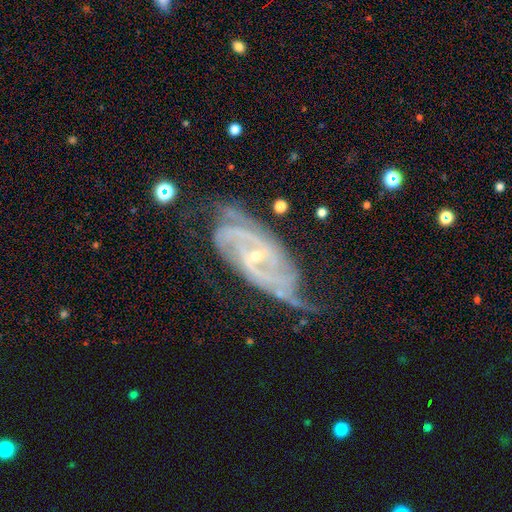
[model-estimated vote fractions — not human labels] This appears to be a featured or disk galaxy (90%) with no bar (42%), 2 (43%) tight (56%) spiral arms (98%) and a small central bulge (78%). Merging: none (62%).